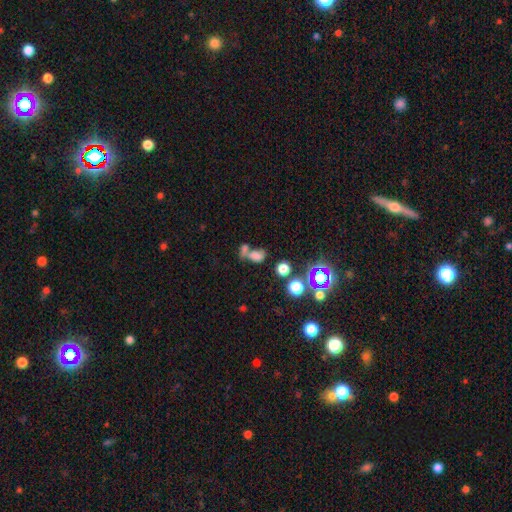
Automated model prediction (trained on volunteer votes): This is likely a smooth galaxy (67%). How rounded: likely in between (73%). Merging: possibly merger (53%).